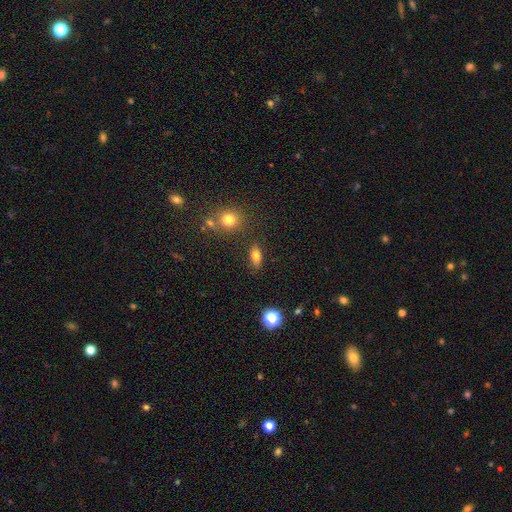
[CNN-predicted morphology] type=smooth (78%); roundness=in between (83%); merging=none (82%).